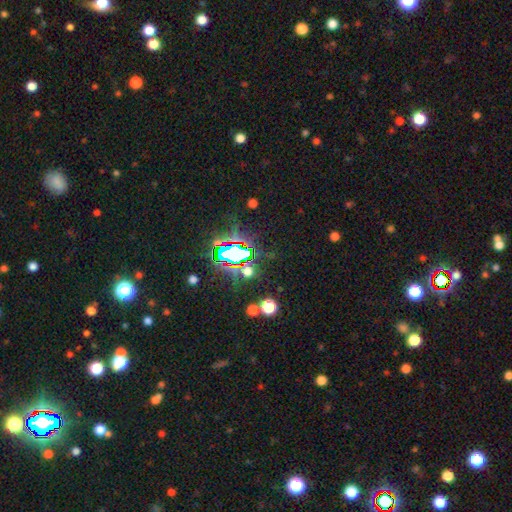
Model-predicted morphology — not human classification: A star or artifact, not a galaxy (82%).

Vote fractions:
- Smooth or featured? star or artifact: 82% / smooth: 10% / featured or disk: 7%